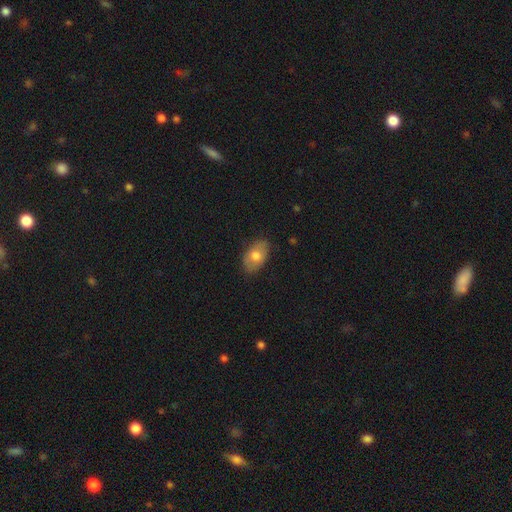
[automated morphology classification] Smooth or featured? Predicted: smooth (p=0.70). How rounded? Predicted: in between (p=0.89). Merging? Predicted: none (p=0.80).